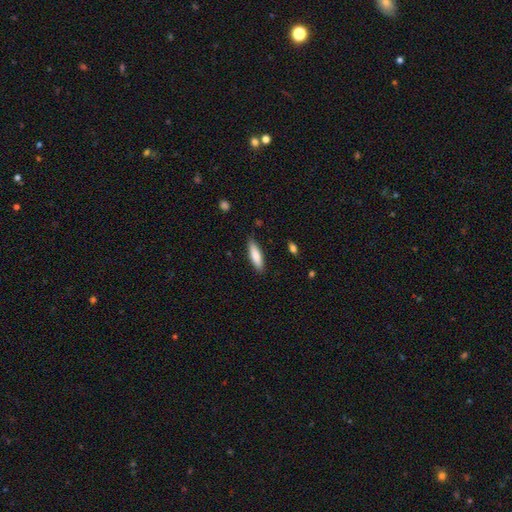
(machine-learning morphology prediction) Q: Smooth or featured?
A: smooth (80%); runner-up: featured or disk (14%)
Q: How rounded?
A: cigar-shaped (65%); runner-up: in between (34%)
Q: Merging?
A: none (86%); runner-up: minor disturbance (11%)